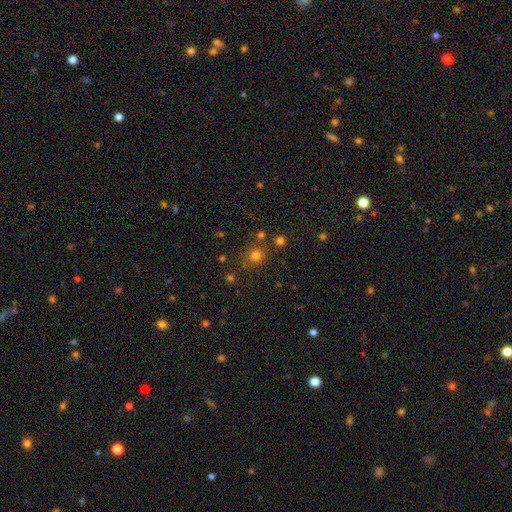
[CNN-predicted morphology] type=smooth (71%); roundness=round (84%); merging=none (77%).